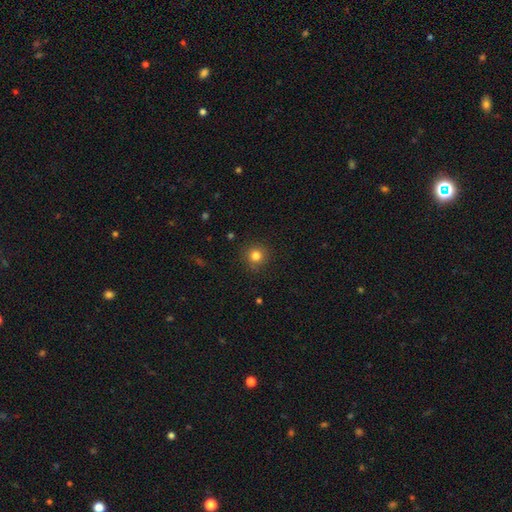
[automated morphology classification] Smooth or featured: smooth — 82% (star or artifact — 13%)
How rounded: round — 93% (in between — 6%)
Merging: none — 89% (minor disturbance — 7%)